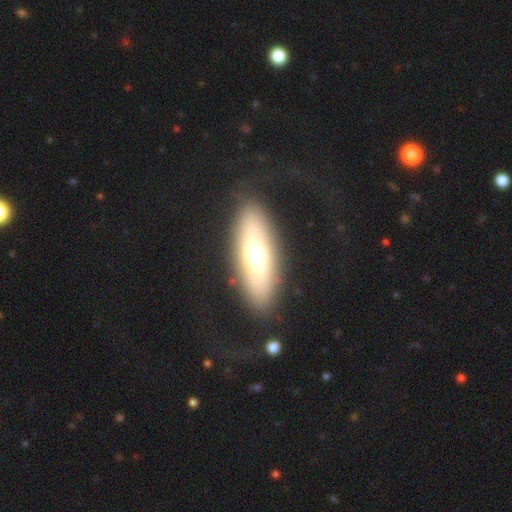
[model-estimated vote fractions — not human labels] A smooth galaxy with no disk features (58%) that is in between round and cigar-shaped (61%). Merging: none (83%).